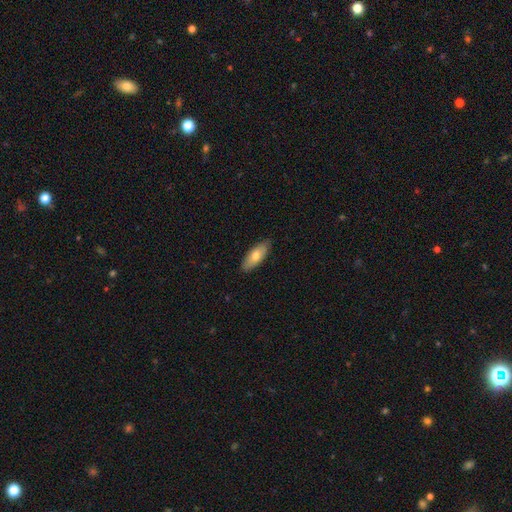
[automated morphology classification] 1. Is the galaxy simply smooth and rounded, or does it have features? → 71% smooth, 23% featured or disk, 6% star or artifact.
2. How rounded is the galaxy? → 73% in between, 24% cigar-shaped, 2% round.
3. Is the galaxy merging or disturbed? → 87% none, 11% minor disturbance, 2% major disturbance, 1% merger.